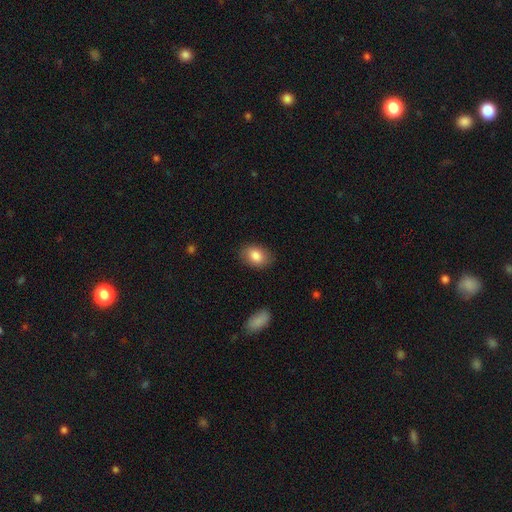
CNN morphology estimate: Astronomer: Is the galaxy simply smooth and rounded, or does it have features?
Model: smooth — 84%.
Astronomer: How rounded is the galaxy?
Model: in between — 79%.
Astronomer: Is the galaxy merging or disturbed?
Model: none — 85%.